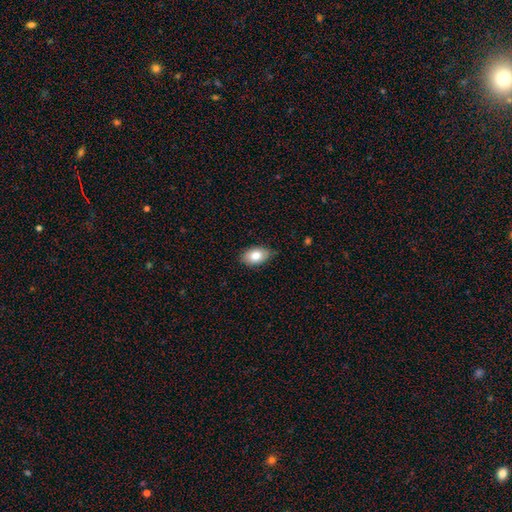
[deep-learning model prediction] The model was most divided on "merging": none: 78%, minor disturbance: 18%, major disturbance: 3%, merger: 1%. More confident: how rounded — in between (89%); smooth or featured — smooth (80%).